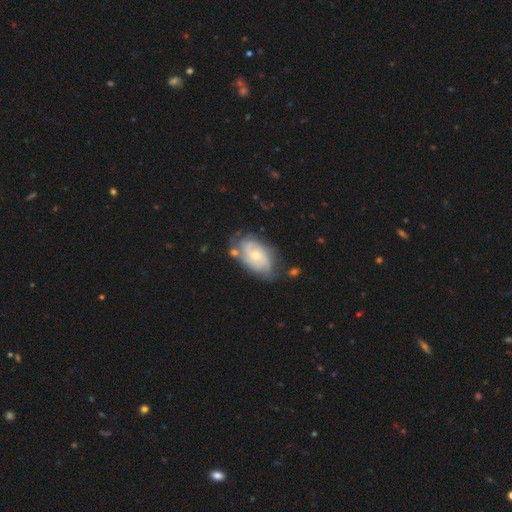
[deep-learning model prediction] smooth_or_featured: featured or disk (p=0.72) [alt: smooth p=0.22]
disk_edge_on: no (p=0.96) [alt: yes p=0.04]
bar: no (p=0.73) [alt: weak p=0.23]
has_spiral_arms: yes (p=0.88) [alt: no p=0.12]
spiral_winding: tight (p=0.52) [alt: medium p=0.35]
spiral_arm_count: can't tell (p=0.37) [alt: 2 p=0.27]
bulge_size: small (p=0.57) [alt: moderate p=0.39]
merging: none (p=0.63) [alt: minor disturbance p=0.23]